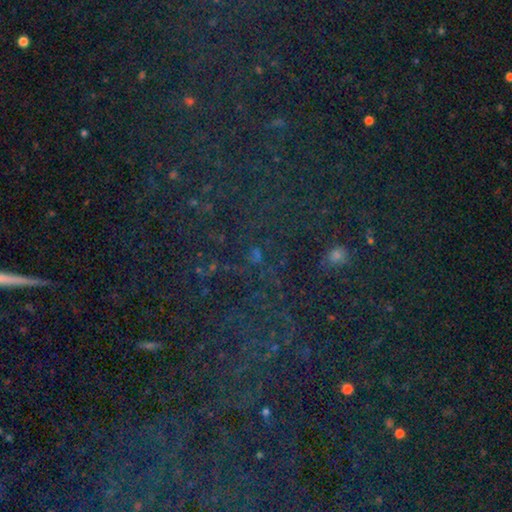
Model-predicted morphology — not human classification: smooth_or_featured: star or artifact (p=0.73) [alt: smooth p=0.18]